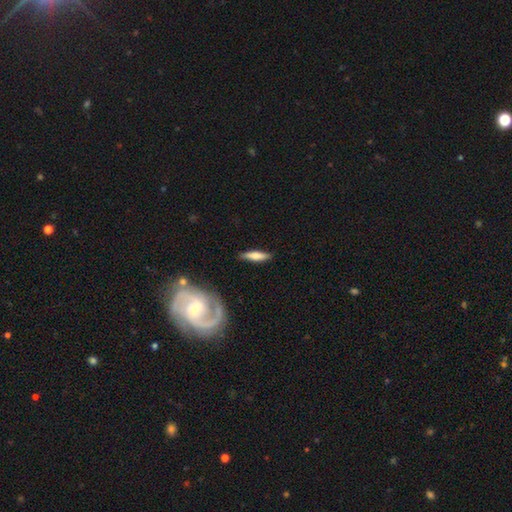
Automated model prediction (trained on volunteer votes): This is likely a smooth galaxy (61%). How rounded: likely cigar-shaped (73%). Merging: clearly none (83%).